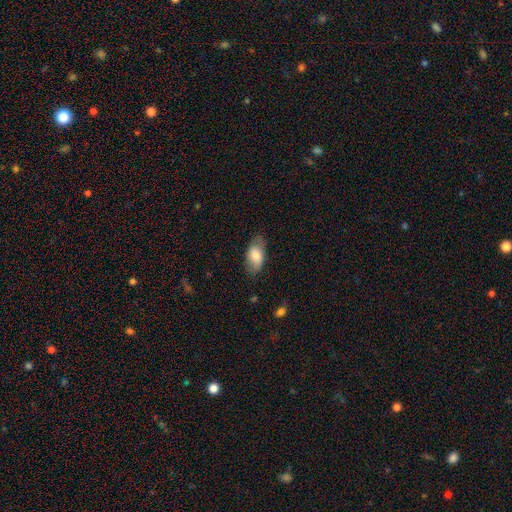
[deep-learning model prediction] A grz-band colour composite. It shows a smooth galaxy with no disk features (78%) that is in between round and cigar-shaped (92%). Merging: none (76%).